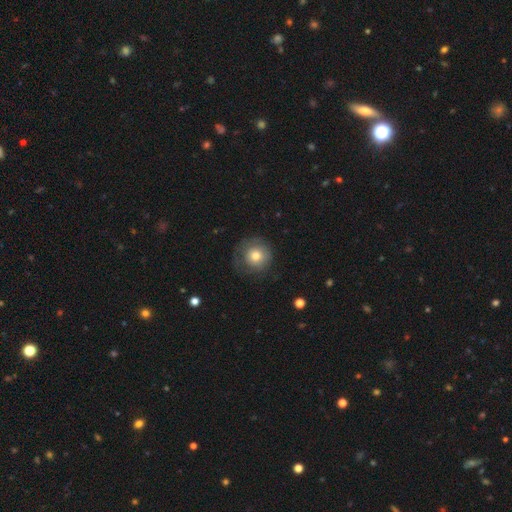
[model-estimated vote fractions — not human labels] smooth 70%, featured or disk 22%, star or artifact 8%. Down the decision tree: how rounded — round (93%); merging — none (65%).